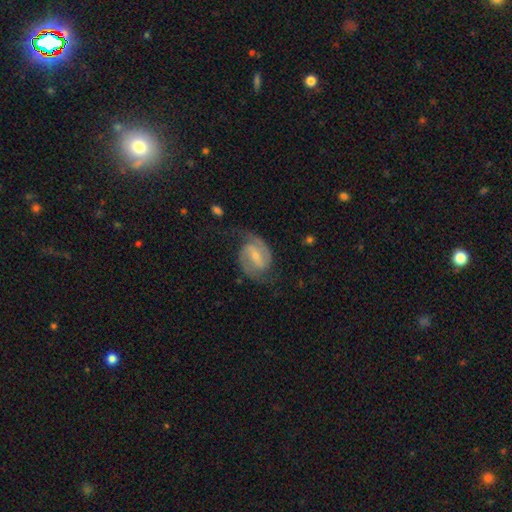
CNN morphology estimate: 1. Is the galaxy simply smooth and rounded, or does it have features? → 87% featured or disk, 8% smooth, 5% star or artifact.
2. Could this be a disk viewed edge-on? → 98% no, 2% yes.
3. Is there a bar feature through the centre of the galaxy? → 47% weak, 39% strong, 14% no.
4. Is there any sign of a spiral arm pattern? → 96% yes, 4% no.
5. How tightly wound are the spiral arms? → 53% medium, 24% tight, 22% loose.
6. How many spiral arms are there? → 92% 2, 3% can't tell, 2% 1, 1% 3, 1% 4, 1% more than 4.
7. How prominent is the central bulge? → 60% small, 32% moderate, 6% none, 2% large, 1% dominant.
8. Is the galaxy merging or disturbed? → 71% none, 16% minor disturbance, 11% major disturbance, 2% merger.